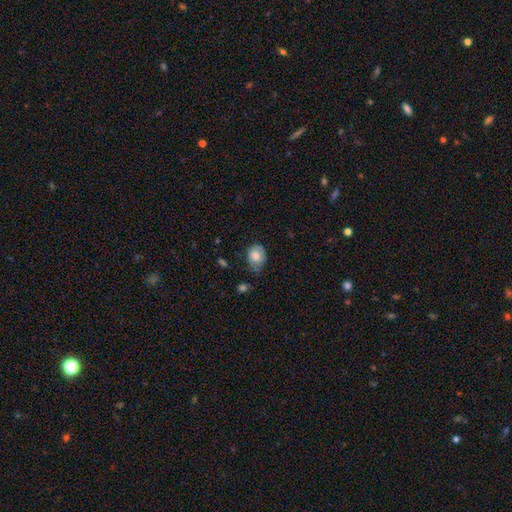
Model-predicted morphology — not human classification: The model was most divided on "merging": none: 51%, minor disturbance: 36%, major disturbance: 10%, merger: 2%. More confident: smooth or featured — smooth (78%); how rounded — in between (58%).